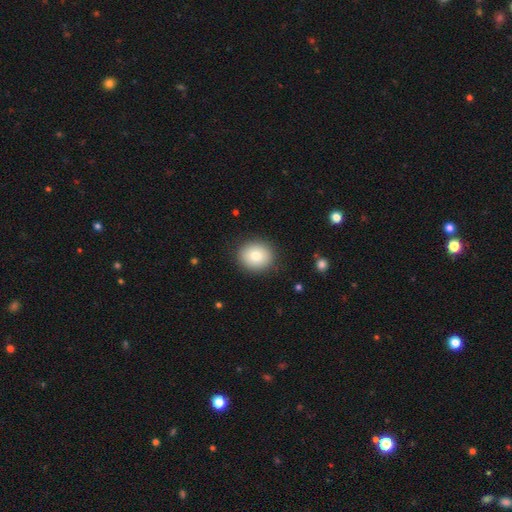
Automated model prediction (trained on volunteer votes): This appears to be a smooth galaxy with no disk features (80%) that is round (76%). Merging: none (88%).